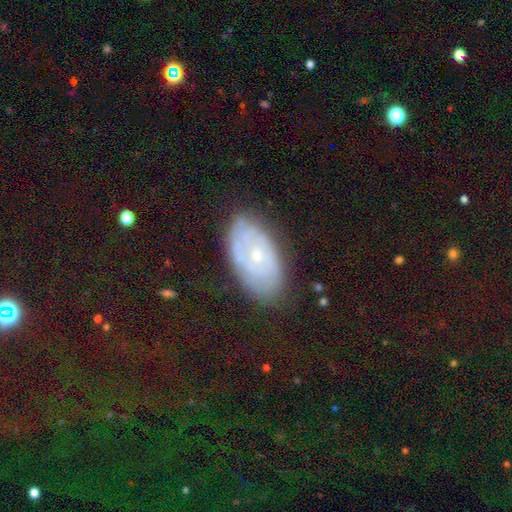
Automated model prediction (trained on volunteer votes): Morphology: type=featured or disk (67%); edge-on=no (94%); bar=no (76%); spiral arms=yes (77%); bulge=small (66%); merging=none (78%).